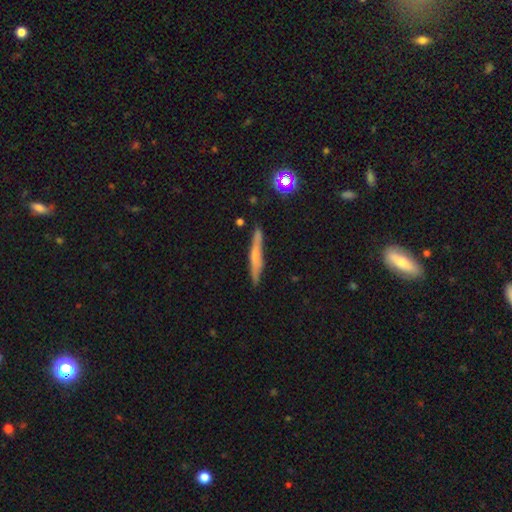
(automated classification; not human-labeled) Smooth or featured: smooth — 48% (featured or disk — 44%)
Merging: none — 84% (minor disturbance — 11%)